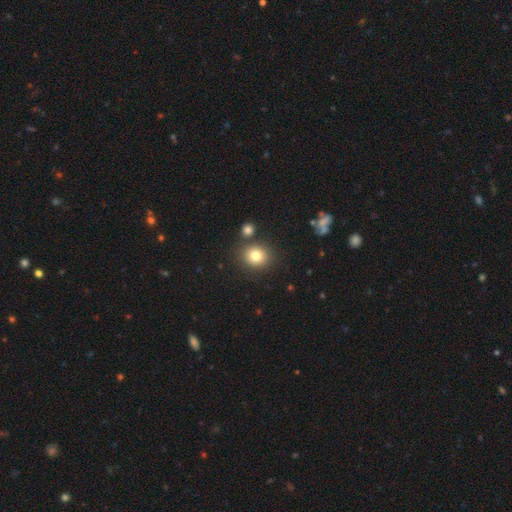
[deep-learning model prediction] This is clearly a smooth galaxy (80%). How rounded: likely round (79%). Merging: likely none (79%).